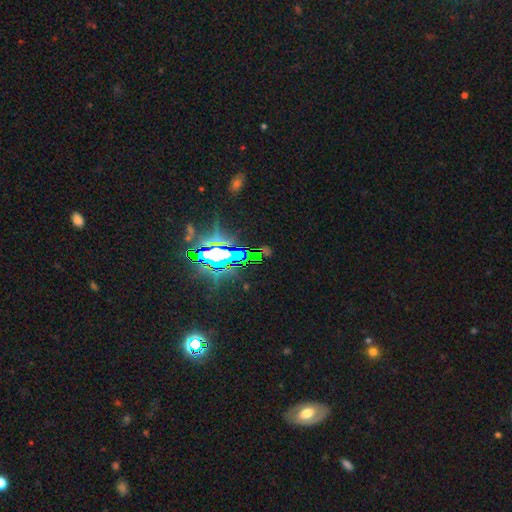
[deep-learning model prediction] Smooth or featured: star or artifact — 77% (smooth — 13%)